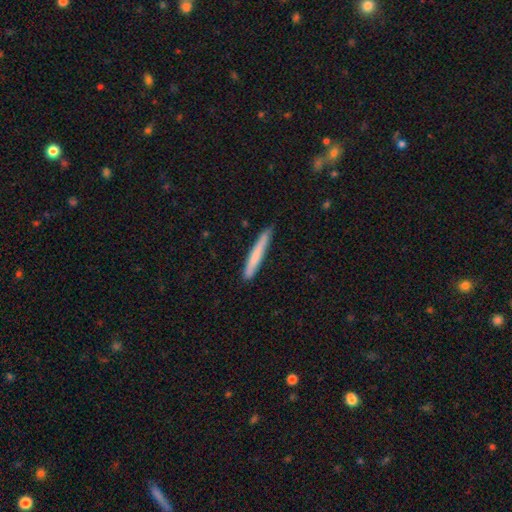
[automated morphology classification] Overall: smooth (71%). How rounded: cigar-shaped (96%). Merging: none (84%).